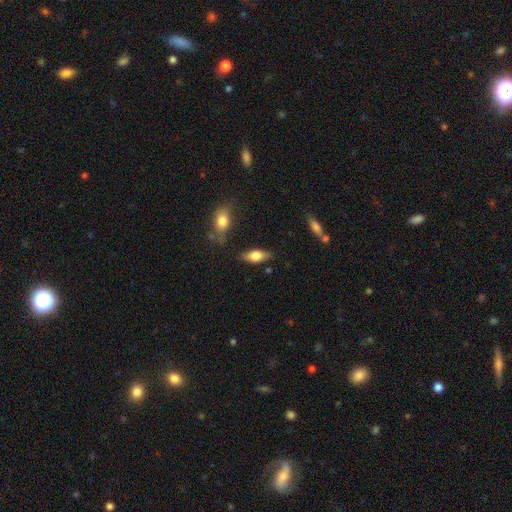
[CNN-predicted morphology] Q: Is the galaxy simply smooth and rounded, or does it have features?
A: smooth — 59%.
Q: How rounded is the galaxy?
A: in between — 75%.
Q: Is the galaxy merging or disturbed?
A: none — 80%.